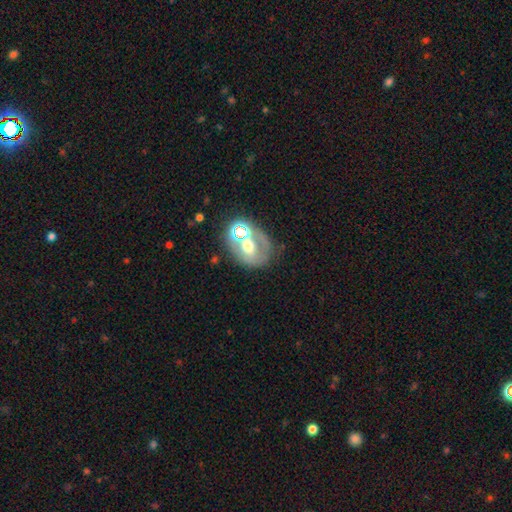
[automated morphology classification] smooth-or-featured: featured or disk: 44% | smooth: 31% | star or artifact: 25%
  merging: merger: 38% (tied) | none: 38% (tied) | minor disturbance: 13% | major disturbance: 12%